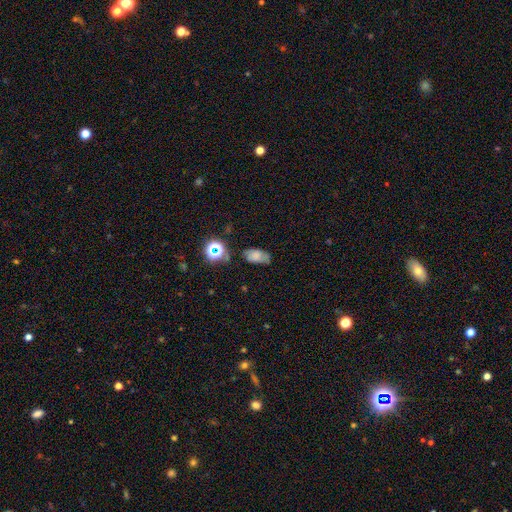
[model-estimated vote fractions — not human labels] Q: Smooth or featured?
A: smooth (65%); runner-up: featured or disk (18%)
Q: How rounded?
A: in between (89%); runner-up: round (8%)
Q: Merging?
A: none (65%); runner-up: minor disturbance (24%)